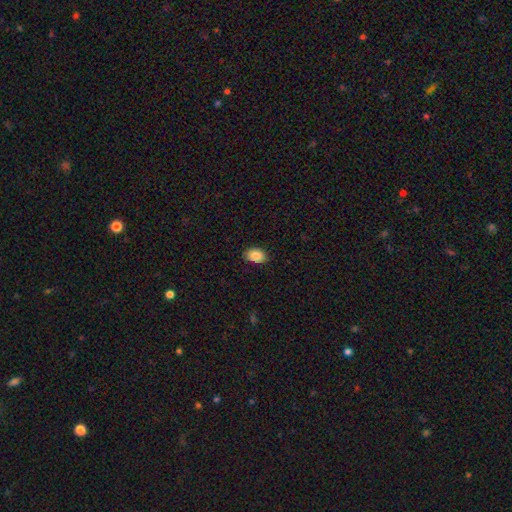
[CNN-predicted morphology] Smooth or featured? Predicted: smooth (p=0.86). How rounded? Predicted: in between (p=0.84). Merging? Predicted: none (p=0.85).